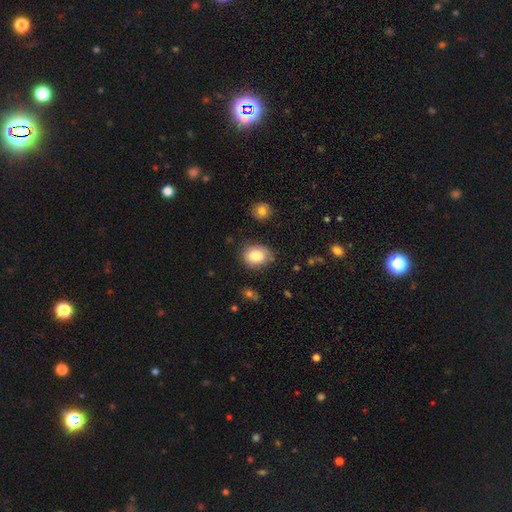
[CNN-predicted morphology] A smooth galaxy with no disk features (83%) that is in between round and cigar-shaped (59%).

Vote fractions:
- Smooth or featured? smooth: 83% / featured or disk: 9% / star or artifact: 8%
- How rounded? in between: 59% / round: 40% / cigar-shaped: 1%
- Merging? none: 74% / minor disturbance: 19% / major disturbance: 4% / merger: 2%